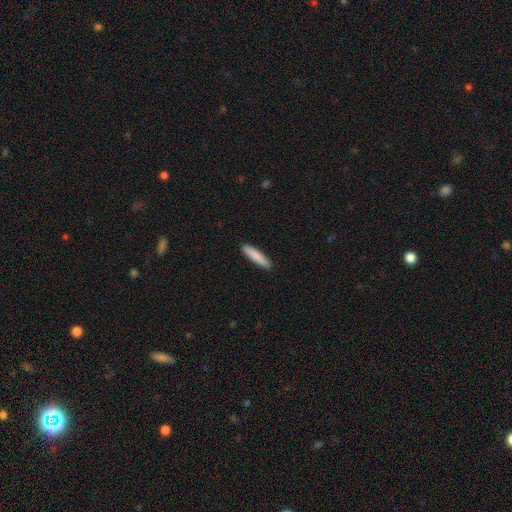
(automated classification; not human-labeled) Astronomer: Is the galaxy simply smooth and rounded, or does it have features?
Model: smooth — 86%.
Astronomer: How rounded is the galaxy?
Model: cigar-shaped — 86%.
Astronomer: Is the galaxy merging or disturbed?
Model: none — 91%.